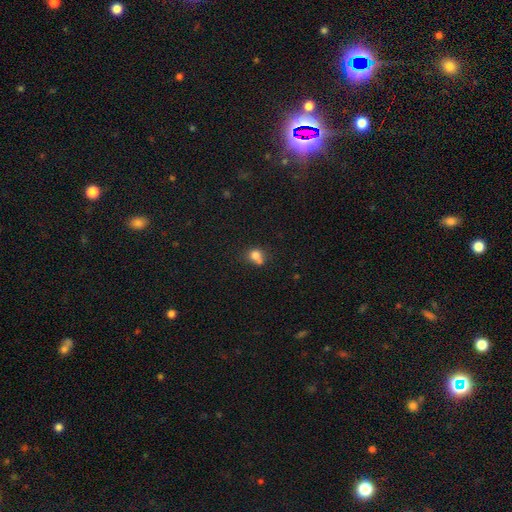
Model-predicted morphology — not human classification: Smooth or featured? Predicted: smooth (p=0.77). How rounded? Predicted: round (p=0.70). Merging? Predicted: none (p=0.41).